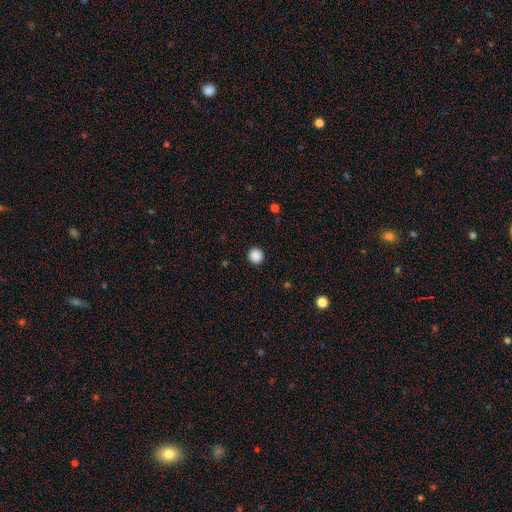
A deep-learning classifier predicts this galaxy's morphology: type=smooth (88%); roundness=round (93%); merging=none (92%).